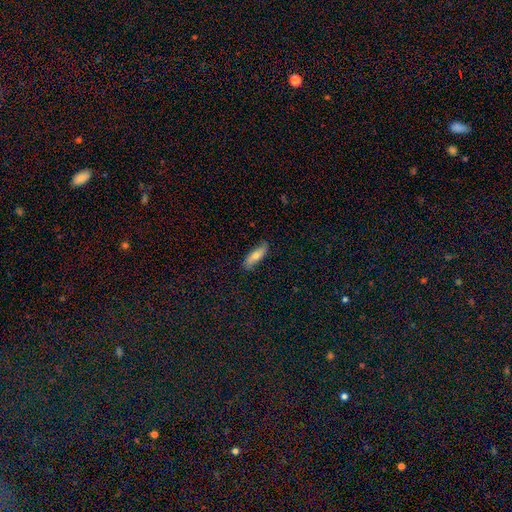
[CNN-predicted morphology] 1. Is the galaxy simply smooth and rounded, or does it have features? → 62% smooth, 31% featured or disk, 7% star or artifact.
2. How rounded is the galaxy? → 55% in between, 43% cigar-shaped, 3% round.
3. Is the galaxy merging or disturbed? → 80% none, 16% minor disturbance, 3% major disturbance, 1% merger.